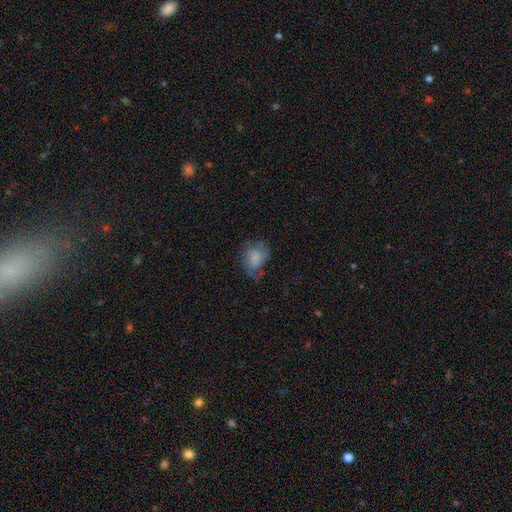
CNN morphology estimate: The model was most divided on "how rounded": in between: 54%, round: 45%, cigar-shaped: 1%. Remaining: smooth or featured — smooth (60%); merging — none (41%).